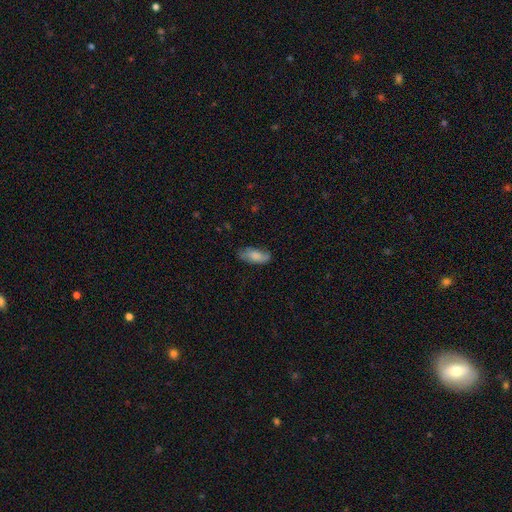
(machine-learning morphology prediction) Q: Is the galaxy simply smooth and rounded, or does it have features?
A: smooth — 74%.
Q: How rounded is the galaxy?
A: in between — 82%.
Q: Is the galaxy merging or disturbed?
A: none — 69%.